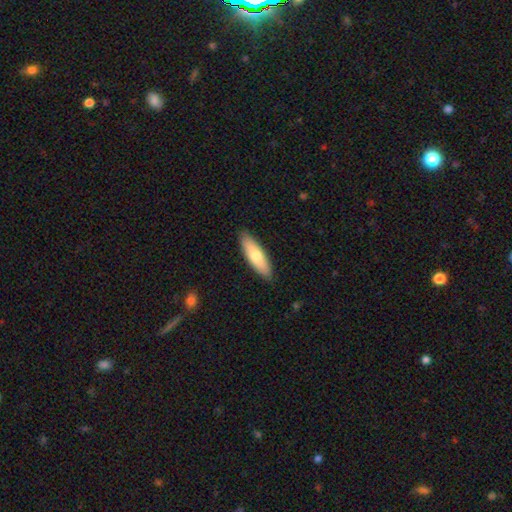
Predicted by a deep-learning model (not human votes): This is likely a smooth galaxy (70%). How rounded: possibly cigar-shaped (56%). Merging: clearly none (89%).